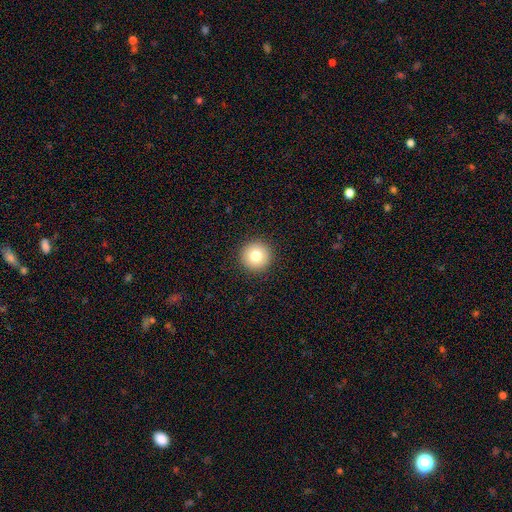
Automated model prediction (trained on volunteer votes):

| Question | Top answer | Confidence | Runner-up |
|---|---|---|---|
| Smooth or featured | smooth | 79% | featured or disk (11%) |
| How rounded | round | 96% | in between (3%) |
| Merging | none | 93% | minor disturbance (4%) |